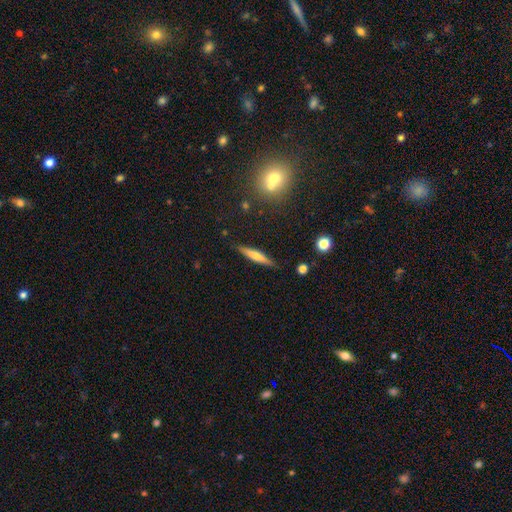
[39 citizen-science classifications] A smooth galaxy with no disk features (51%) that is cigar-shaped (80%). Merging: none (84%).